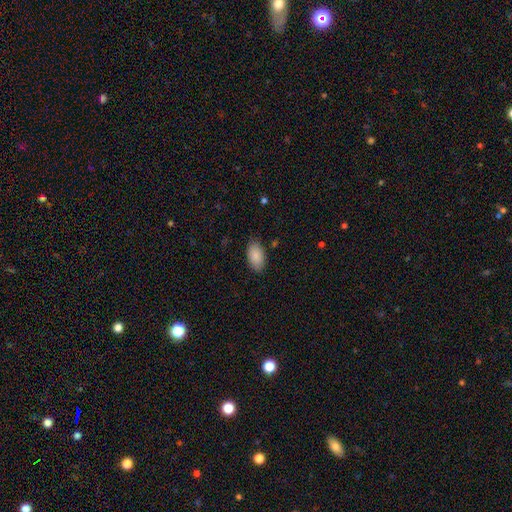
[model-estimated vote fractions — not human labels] The model was most divided on "merging": none: 84%, minor disturbance: 12%, major disturbance: 3%, merger: 1%. More confident: how rounded — in between (95%); smooth or featured — smooth (89%).